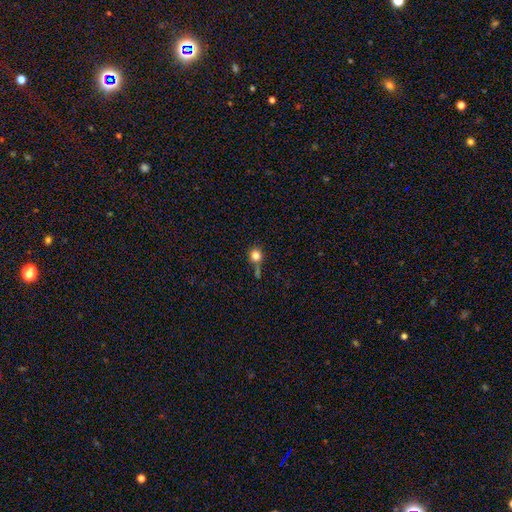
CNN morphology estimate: smooth-or-featured: smooth: 81% | star or artifact: 12% | featured or disk: 7%
  how-rounded: round: 89% | in between: 9% | cigar-shaped: 1%
  merging: none: 60% | merger: 17% | minor disturbance: 16% | major disturbance: 8%